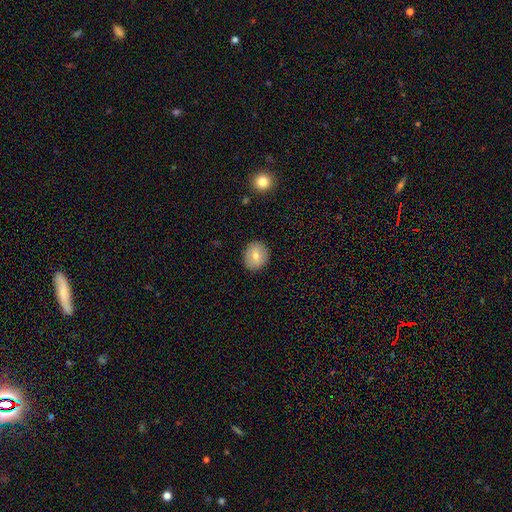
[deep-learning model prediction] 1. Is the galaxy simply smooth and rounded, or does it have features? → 75% smooth, 18% featured or disk, 8% star or artifact.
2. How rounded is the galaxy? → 78% round, 21% in between, 1% cigar-shaped.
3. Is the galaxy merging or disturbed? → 89% none, 8% minor disturbance, 2% major disturbance, 1% merger.